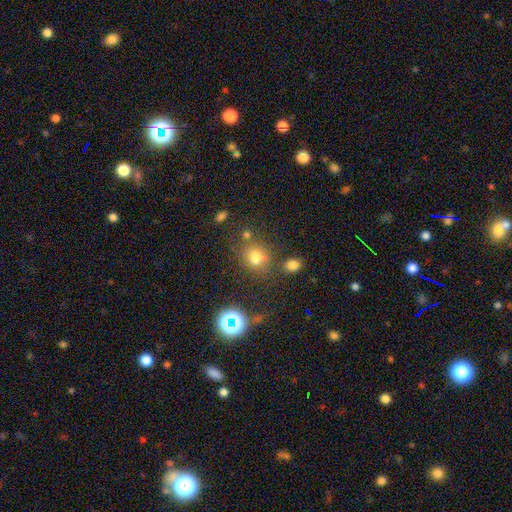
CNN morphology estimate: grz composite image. It shows a smooth galaxy with no disk features (67%) that is round (58%). Merging: none (58%).